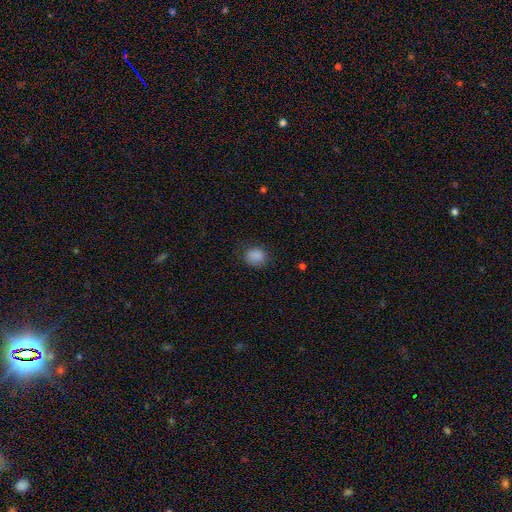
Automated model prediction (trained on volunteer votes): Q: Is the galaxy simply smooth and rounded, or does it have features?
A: smooth — 87%.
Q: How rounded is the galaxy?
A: round — 64%.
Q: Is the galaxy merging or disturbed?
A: none — 77%.